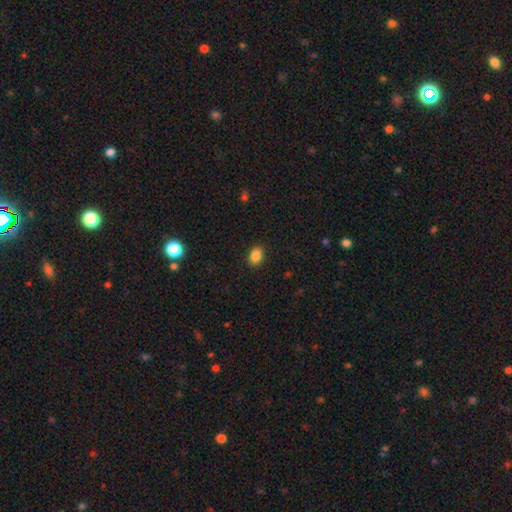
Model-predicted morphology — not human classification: Overall: smooth (86%). How rounded: in between (73%). Merging: none (89%).